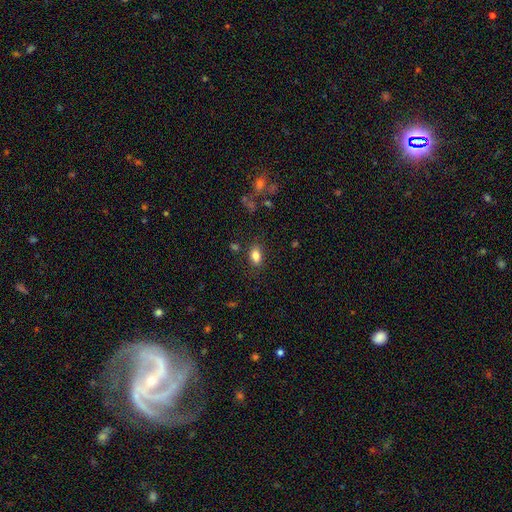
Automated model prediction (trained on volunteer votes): smooth_or_featured: smooth (p=0.83) [alt: star or artifact p=0.09]
how_rounded: in between (p=0.86) [alt: round p=0.12]
merging: none (p=0.81) [alt: minor disturbance p=0.12]